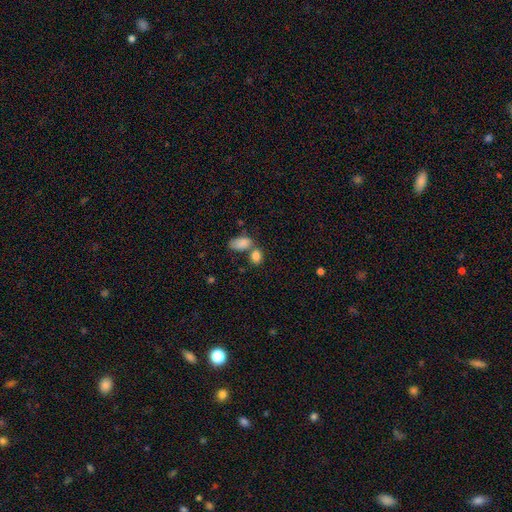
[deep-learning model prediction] smooth_or_featured: smooth (p=0.84) [alt: star or artifact p=0.09]
how_rounded: in between (p=0.73) [alt: round p=0.25]
merging: none (p=0.45) [alt: merger p=0.39]